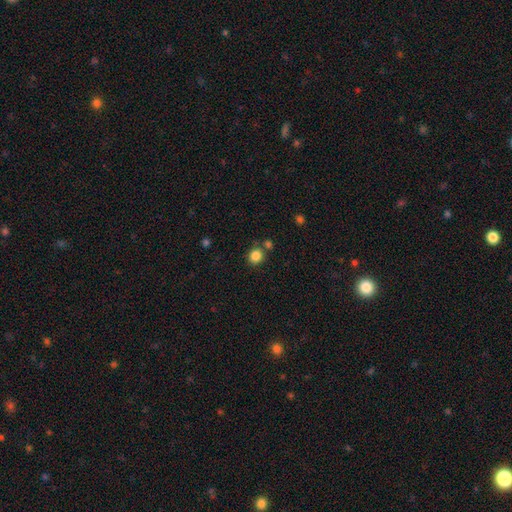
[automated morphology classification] Q: Smooth or featured?
A: smooth (85%); runner-up: star or artifact (11%)
Q: How rounded?
A: round (83%); runner-up: in between (16%)
Q: Merging?
A: none (74%); runner-up: merger (12%)